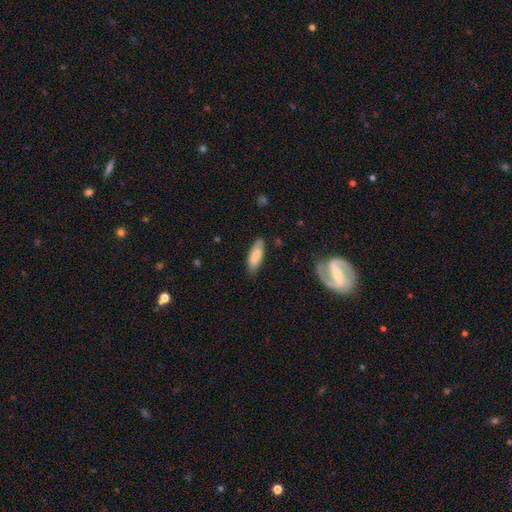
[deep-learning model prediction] Morphology: type=smooth (74%); roundness=in between (64%); merging=none (81%).